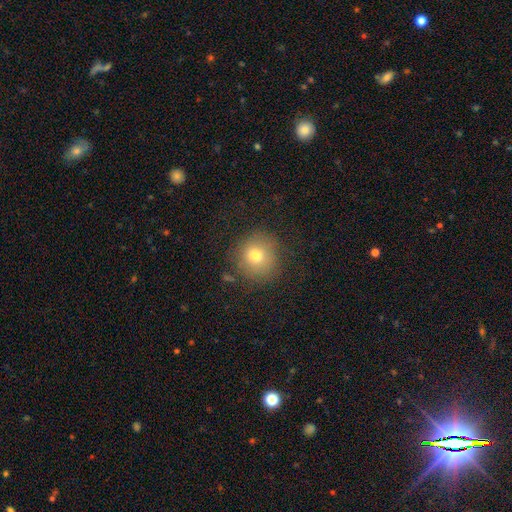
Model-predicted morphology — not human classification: The model was most divided on "smooth or featured": smooth: 74%, star or artifact: 14%, featured or disk: 12%. More confident: how rounded — round (90%); merging — none (81%).